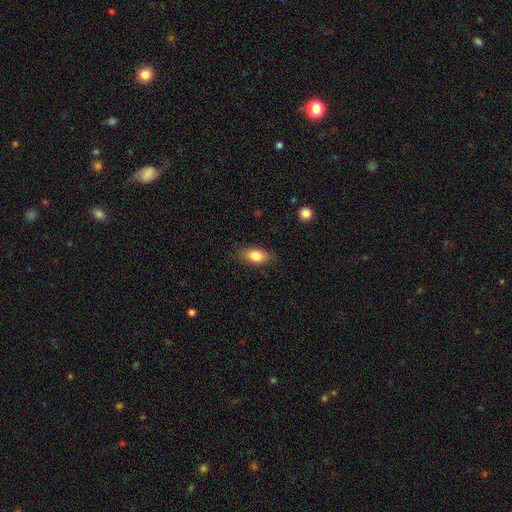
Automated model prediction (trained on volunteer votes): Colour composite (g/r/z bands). It shows a smooth galaxy with no disk features (82%) that is in between round and cigar-shaped (85%). Merging: none (81%).